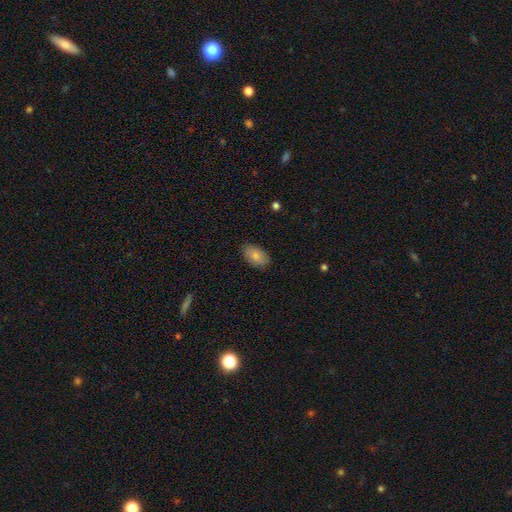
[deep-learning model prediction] This is clearly a smooth galaxy (82%). How rounded: clearly in between (92%). Merging: clearly none (86%).